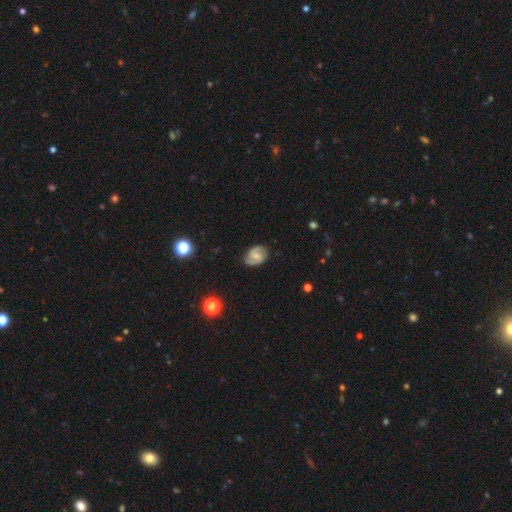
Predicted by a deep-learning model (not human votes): A featured or disk galaxy (75%) with a weak bar (51%), 2 (90%) medium (51%) spiral arms (93%) and a small central bulge (50%). Merging: none (81%).